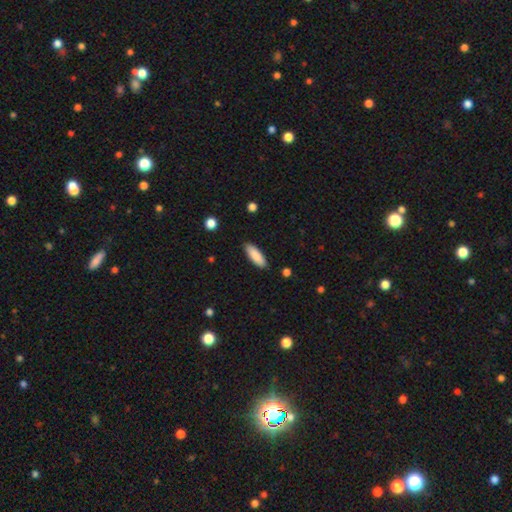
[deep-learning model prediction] Smooth or featured? Predicted: smooth (p=0.88). How rounded? Predicted: in between (p=0.62). Merging? Predicted: none (p=0.88).